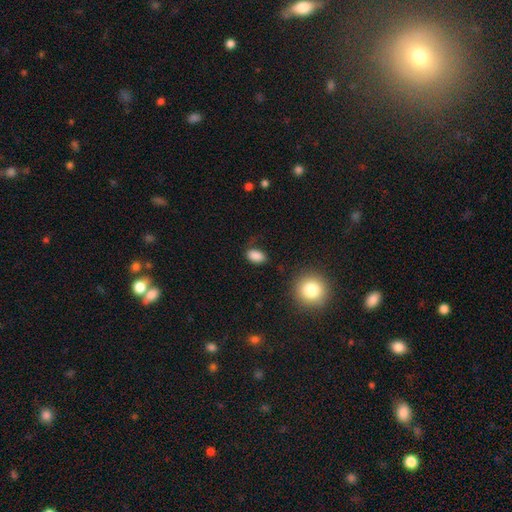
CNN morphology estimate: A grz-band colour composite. It shows a smooth galaxy with no disk features (86%) that is in between round and cigar-shaped (88%). Merging: none (75%).